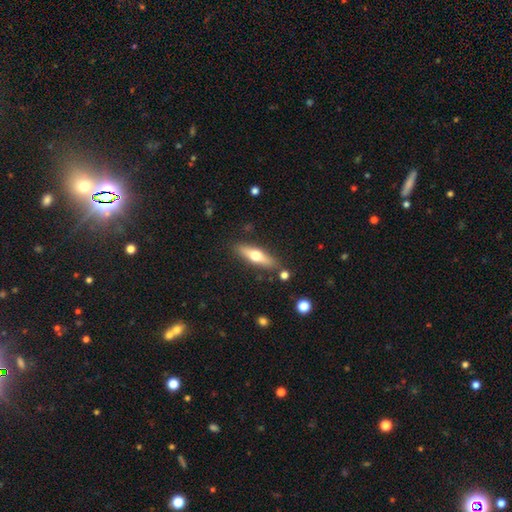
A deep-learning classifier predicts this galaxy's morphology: A smooth galaxy with no disk features (50%) that is cigar-shaped (68%).

Vote fractions:
- Smooth or featured? smooth: 50% / featured or disk: 44% / star or artifact: 6%
- How rounded? cigar-shaped: 68% / in between: 30% / round: 2%
- Merging? none: 84% / minor disturbance: 10% / merger: 3% / major disturbance: 2%